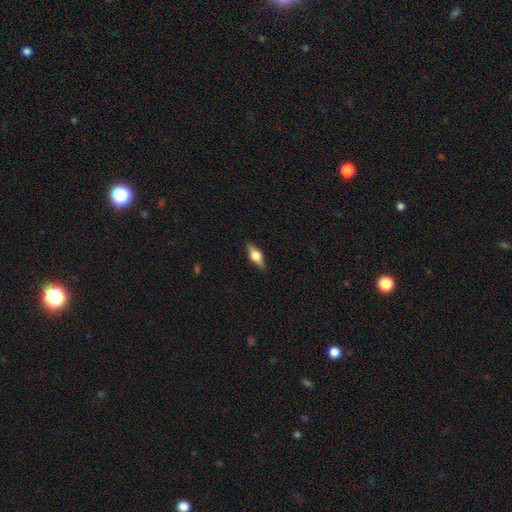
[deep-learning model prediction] This is possibly a featured or disk galaxy (53%). It is clearly viewed edge-on (94%). Merging: clearly none (86%).